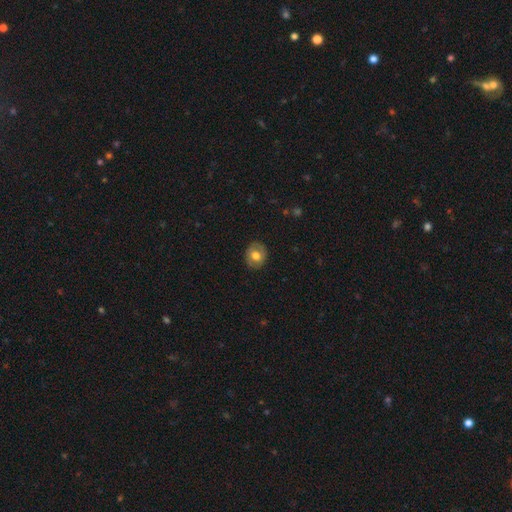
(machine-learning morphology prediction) A smooth galaxy with no disk features (68%) that is round (65%).

Vote fractions:
- Smooth or featured? smooth: 68% / featured or disk: 24% / star or artifact: 8%
- How rounded? round: 65% / in between: 34% / cigar-shaped: 1%
- Merging? none: 85% / minor disturbance: 11% / major disturbance: 3% / merger: 1%